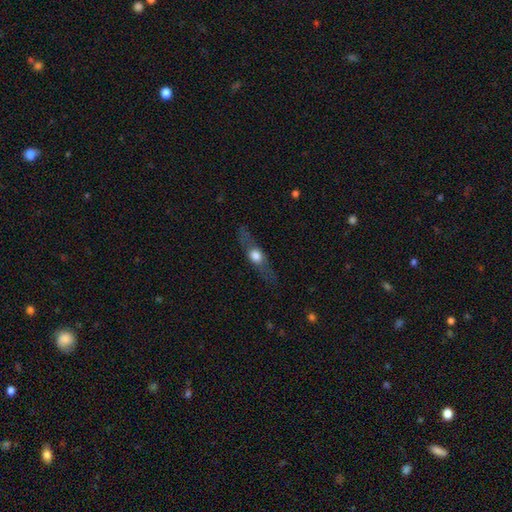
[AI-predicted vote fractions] Smooth or featured?
  - featured or disk: 57% *
  - smooth: 35%
  - star or artifact: 7%
Edge-on disk?
  - yes: 88% *
  - no: 12%
Edge-on bulge?
  - rounded: 94% *
  - boxy: 4%
  - none: 2%
Merging?
  - none: 80% *
  - minor disturbance: 13%
  - major disturbance: 6%
  - merger: 2%